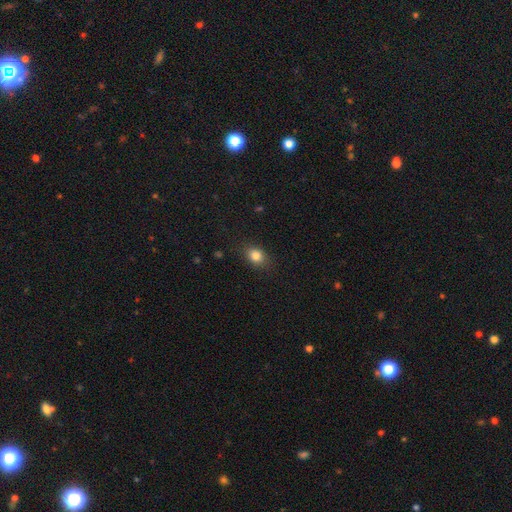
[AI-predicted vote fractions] smooth 83%, star or artifact 11%, featured or disk 7%. Down the decision tree: how rounded — in between (52%); merging — none (84%).